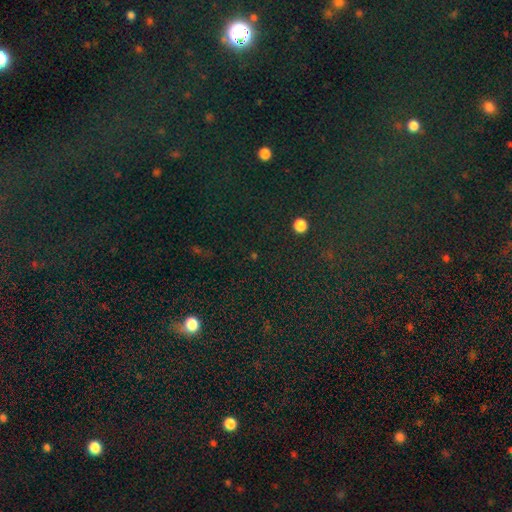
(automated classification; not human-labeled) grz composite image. It shows a star or artifact, not a galaxy (77%).